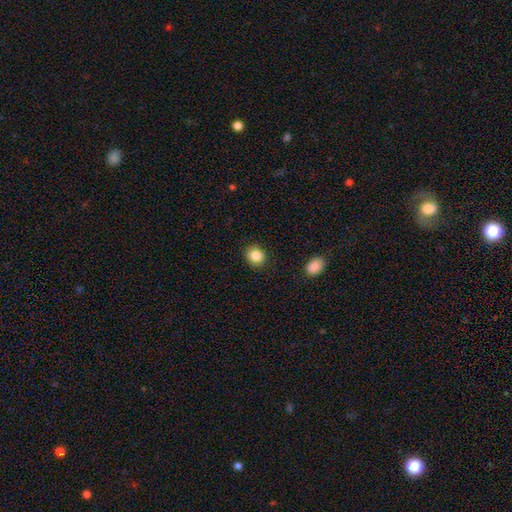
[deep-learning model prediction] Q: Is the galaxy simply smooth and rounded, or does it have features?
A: smooth — 85%.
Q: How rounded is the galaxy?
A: round — 72%.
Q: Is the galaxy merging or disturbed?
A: none — 89%.